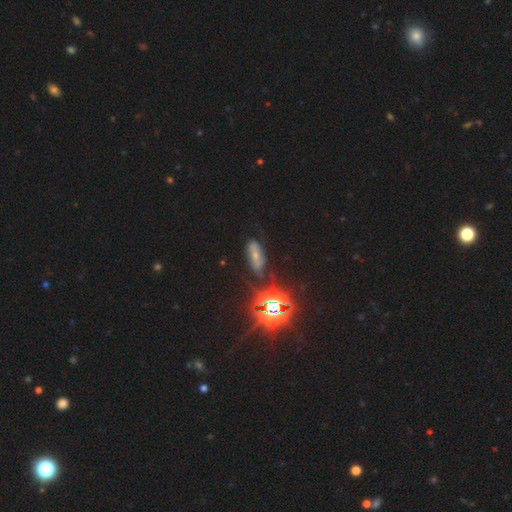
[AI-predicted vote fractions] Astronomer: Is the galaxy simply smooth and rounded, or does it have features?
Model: star or artifact — 39% (runner-up: smooth, 31%).